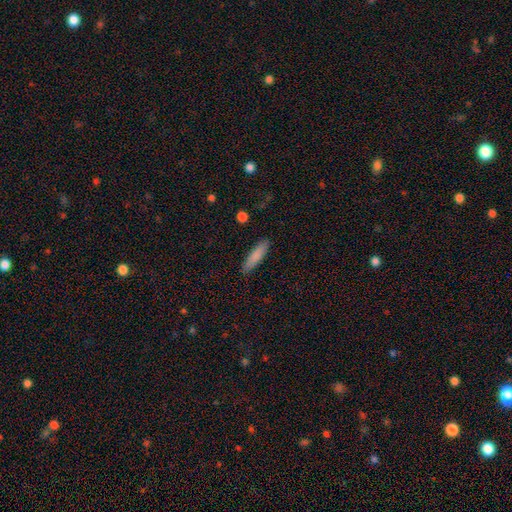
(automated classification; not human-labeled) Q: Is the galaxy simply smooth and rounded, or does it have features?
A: smooth — 84%.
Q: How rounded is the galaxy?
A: cigar-shaped — 75%.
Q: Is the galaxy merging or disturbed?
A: none — 89%.